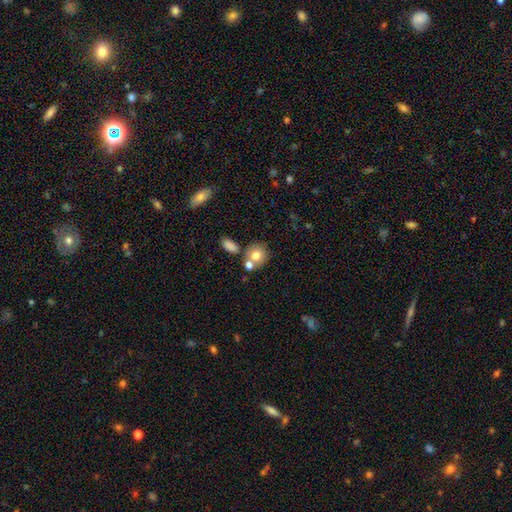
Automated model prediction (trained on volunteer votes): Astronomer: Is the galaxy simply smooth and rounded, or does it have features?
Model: smooth — 74%.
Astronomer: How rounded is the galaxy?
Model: round — 72%.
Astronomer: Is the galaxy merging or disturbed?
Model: none — 51% (runner-up: merger, 33%).